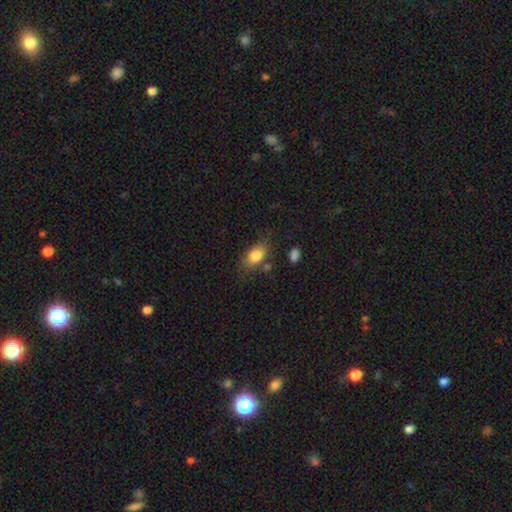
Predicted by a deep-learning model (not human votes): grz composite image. It shows a smooth galaxy with no disk features (82%) that is in between round and cigar-shaped (87%). Merging: none (69%).